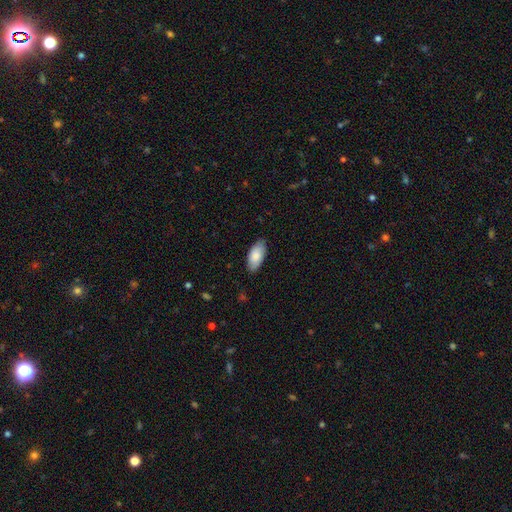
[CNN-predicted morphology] Q: Smooth or featured?
A: smooth (85%); runner-up: featured or disk (9%)
Q: How rounded?
A: in between (91%); runner-up: cigar-shaped (7%)
Q: Merging?
A: none (85%); runner-up: minor disturbance (12%)